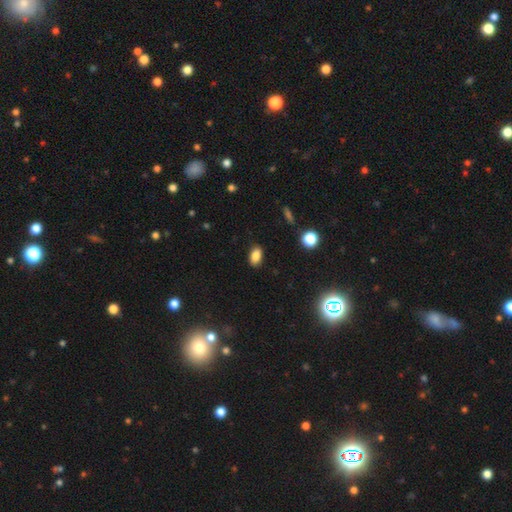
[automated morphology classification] Q: Smooth or featured?
A: smooth (84%); runner-up: star or artifact (11%)
Q: How rounded?
A: in between (89%); runner-up: round (9%)
Q: Merging?
A: none (87%); runner-up: minor disturbance (10%)